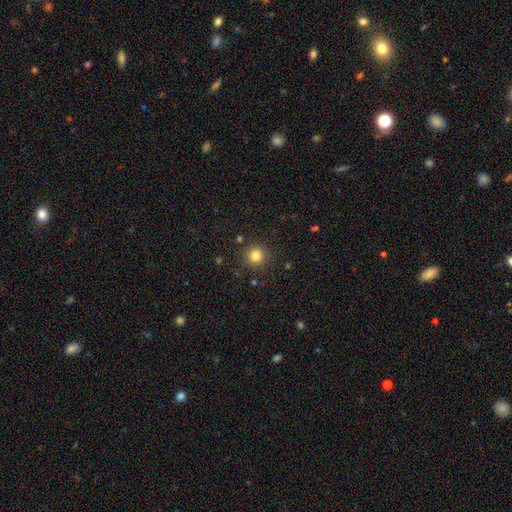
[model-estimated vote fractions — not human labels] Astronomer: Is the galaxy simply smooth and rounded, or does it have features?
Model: smooth — 82%.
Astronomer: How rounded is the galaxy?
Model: round — 94%.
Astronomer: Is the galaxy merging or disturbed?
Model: none — 89%.